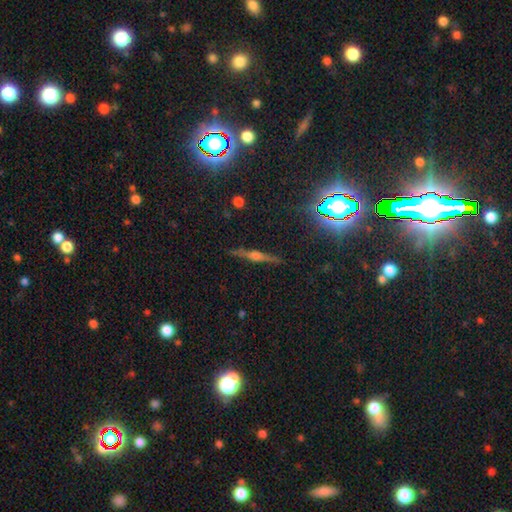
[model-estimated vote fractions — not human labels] featured or disk 69%, smooth 16%, star or artifact 15%. Down the decision tree: edge-on disk — yes (97%); edge-on bulge — rounded (75%); merging — none (88%).